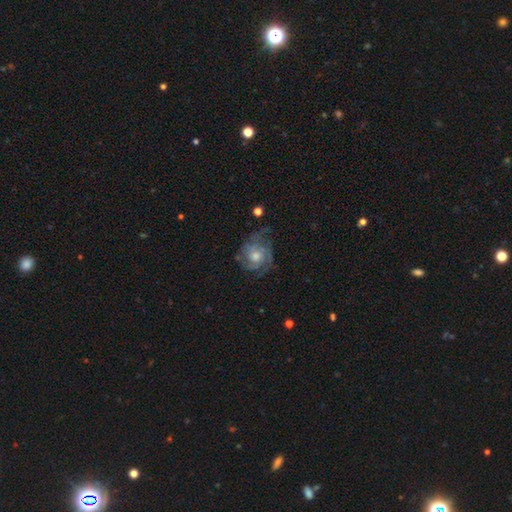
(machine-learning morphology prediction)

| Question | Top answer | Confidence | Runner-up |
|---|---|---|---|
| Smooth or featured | featured or disk | 77% | smooth (14%) |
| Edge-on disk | no | 97% | yes (3%) |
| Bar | no | 77% | weak (20%) |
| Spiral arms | yes | 91% | no (9%) |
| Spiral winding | tight | 53% | medium (36%) |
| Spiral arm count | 3 | 30% | can't tell (29%) |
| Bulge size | moderate | 65% | small (20%) |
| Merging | none | 64% | minor disturbance (20%) |